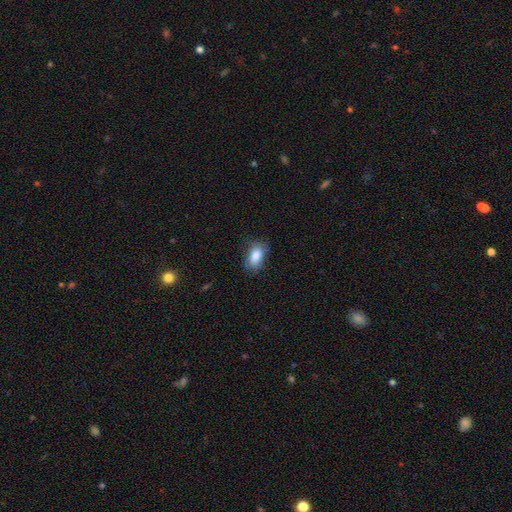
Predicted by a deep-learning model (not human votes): A smooth galaxy with no disk features (83%) that is in between round and cigar-shaped (87%). Merging: none (71%).